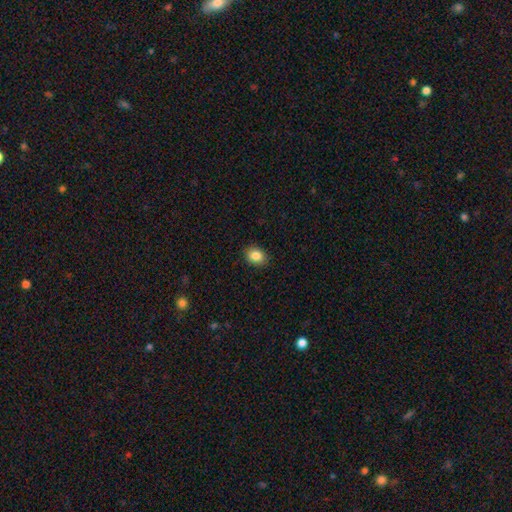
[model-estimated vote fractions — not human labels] Smooth or featured?
  - smooth: 86% *
  - star or artifact: 9%
  - featured or disk: 5%
How rounded?
  - in between: 54% *
  - round: 45%
  - cigar-shaped: 1%
Merging?
  - none: 89% *
  - minor disturbance: 8%
  - major disturbance: 2%
  - merger: 1%